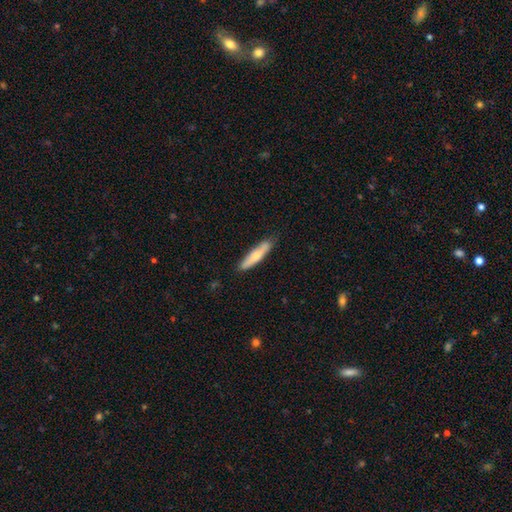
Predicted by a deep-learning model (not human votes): This is likely a smooth galaxy (66%). How rounded: clearly cigar-shaped (85%). Merging: clearly none (82%).